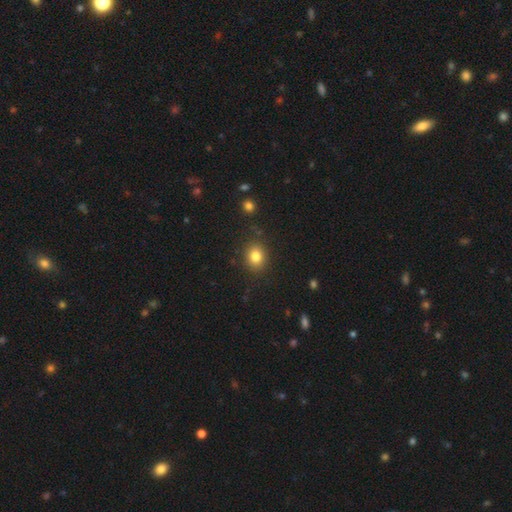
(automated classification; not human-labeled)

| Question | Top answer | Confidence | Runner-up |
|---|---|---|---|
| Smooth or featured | smooth | 83% | star or artifact (11%) |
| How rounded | round | 64% | in between (36%) |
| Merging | none | 85% | minor disturbance (10%) |